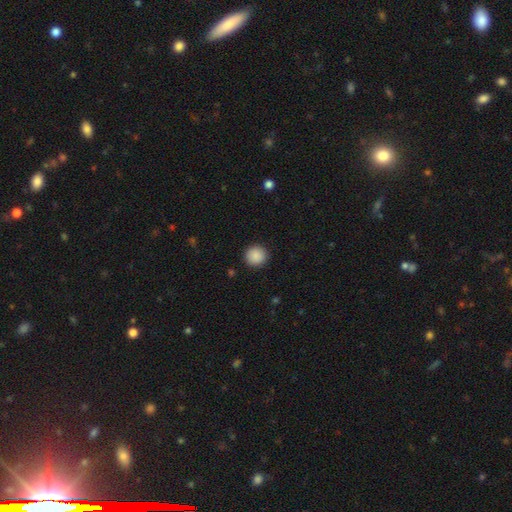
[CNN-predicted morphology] Overall: smooth (89%). How rounded: round (93%). Merging: none (92%).